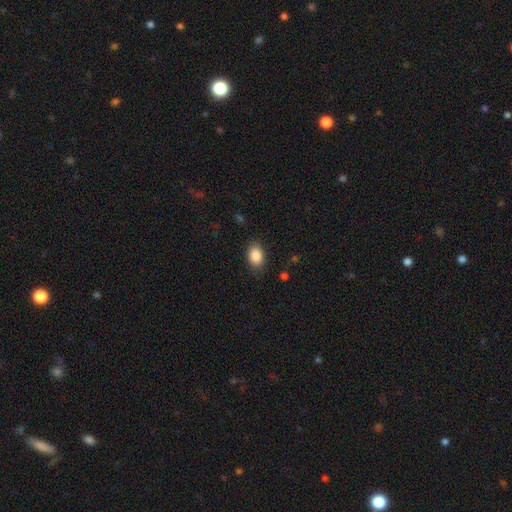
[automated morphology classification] Smooth or featured? smooth (88%)
How rounded? in between (85%)
Merging? none (84%)